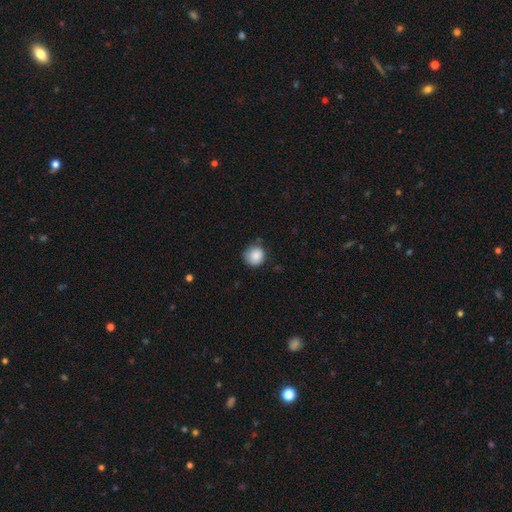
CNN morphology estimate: Q: Smooth or featured?
A: smooth (86%); runner-up: star or artifact (8%)
Q: How rounded?
A: round (90%); runner-up: in between (9%)
Q: Merging?
A: none (70%); runner-up: minor disturbance (23%)